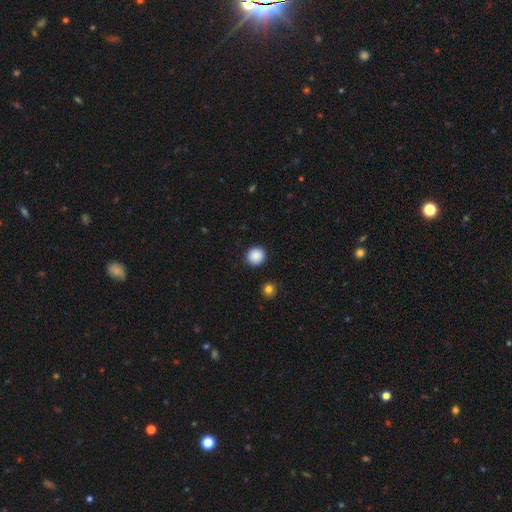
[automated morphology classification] type=smooth (89%); roundness=round (93%); merging=none (93%).